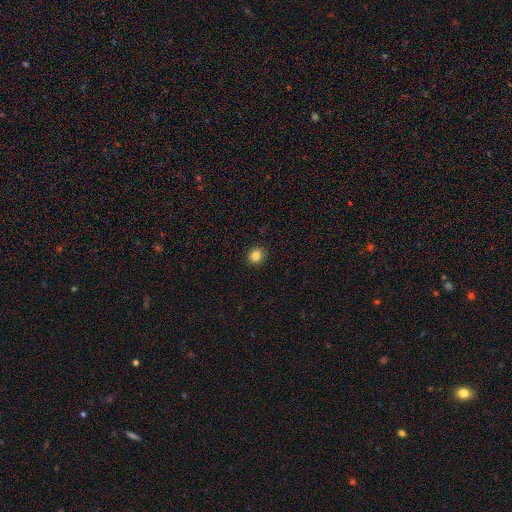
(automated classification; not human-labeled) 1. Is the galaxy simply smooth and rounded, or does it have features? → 83% smooth, 12% star or artifact, 5% featured or disk.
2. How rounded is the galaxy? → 88% round, 12% in between, 1% cigar-shaped.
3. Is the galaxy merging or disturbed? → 92% none, 5% minor disturbance, 2% major disturbance, 1% merger.